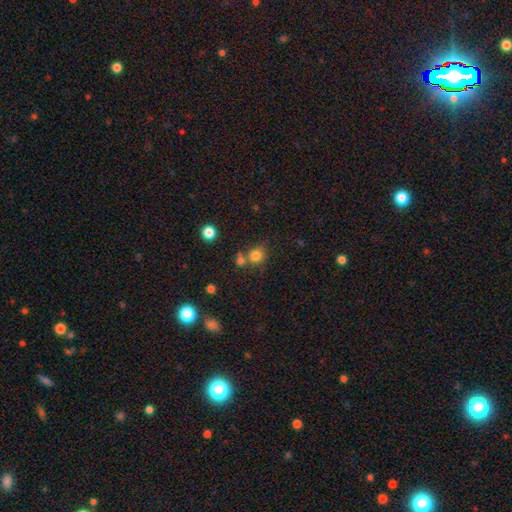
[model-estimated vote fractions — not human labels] A smooth galaxy with no disk features (79%) that is round (83%).

Vote fractions:
- Smooth or featured? smooth: 79% / star or artifact: 14% / featured or disk: 7%
- How rounded? round: 83% / in between: 16% / cigar-shaped: 1%
- Merging? none: 56% / merger: 28% / minor disturbance: 11% / major disturbance: 5%